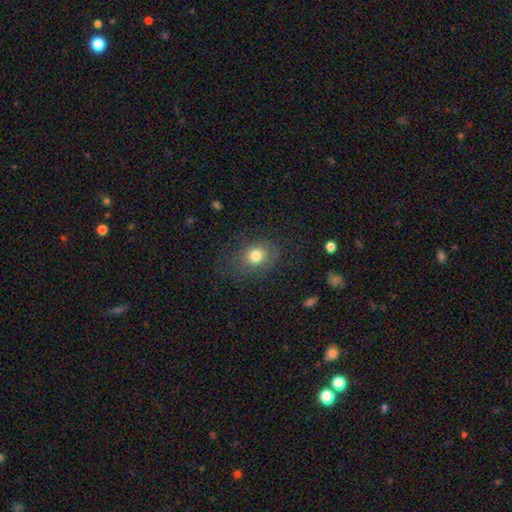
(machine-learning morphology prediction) Smooth or featured?
  - smooth: 74% *
  - featured or disk: 15%
  - star or artifact: 11%
How rounded?
  - in between: 51% *
  - round: 48%
  - cigar-shaped: 1%
Merging?
  - none: 73% *
  - minor disturbance: 16%
  - major disturbance: 9%
  - merger: 1%